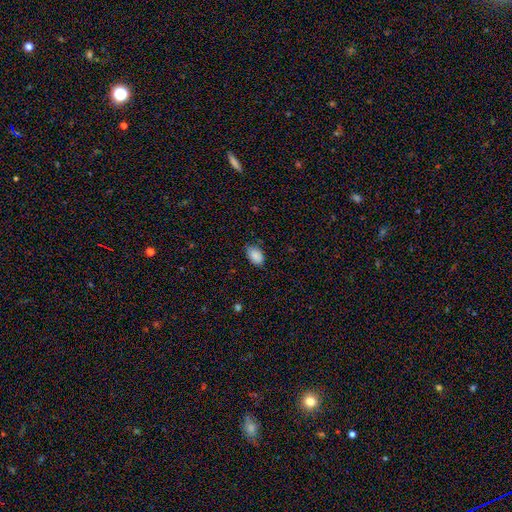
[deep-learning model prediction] Smooth or featured? Predicted: smooth (p=0.88). How rounded? Predicted: in between (p=0.91). Merging? Predicted: none (p=0.79).